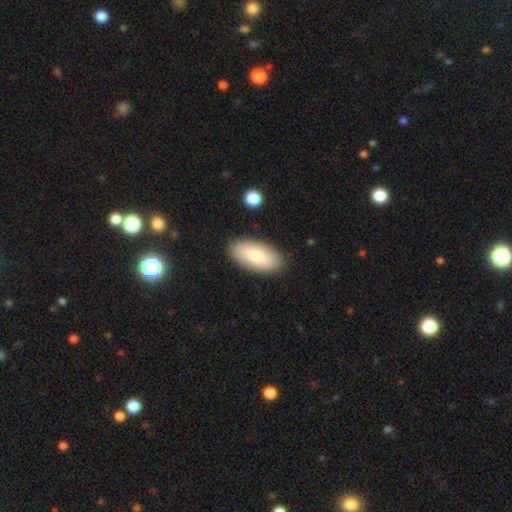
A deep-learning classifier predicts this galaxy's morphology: This is likely a smooth galaxy (74%). How rounded: clearly in between (93%). Merging: clearly none (87%).